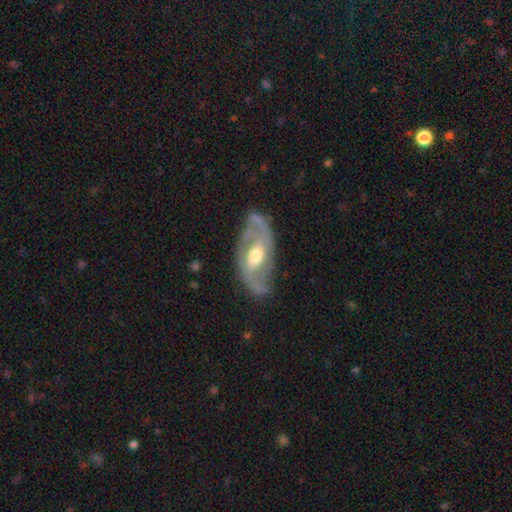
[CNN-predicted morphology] A featured or disk galaxy (84%) with a weak bar (46%), 2 (84%) medium (47%) spiral arms (89%) and a moderate central bulge (73%). Merging: none (73%).